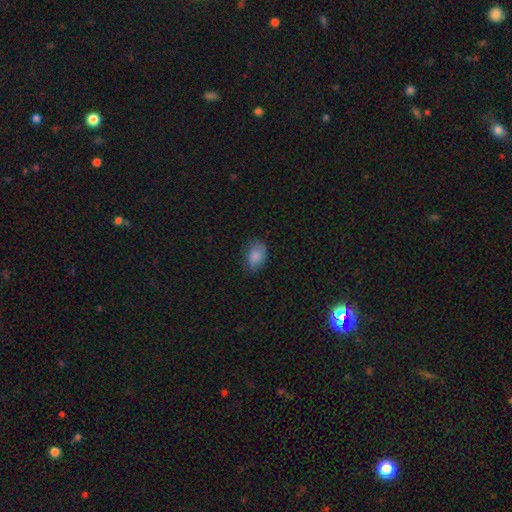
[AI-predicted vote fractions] smooth-or-featured: smooth: 84% | featured or disk: 8% | star or artifact: 8%
  how-rounded: in between: 78% | round: 21% | cigar-shaped: 1%
  merging: none: 73% | minor disturbance: 21% | major disturbance: 5% | merger: 1%